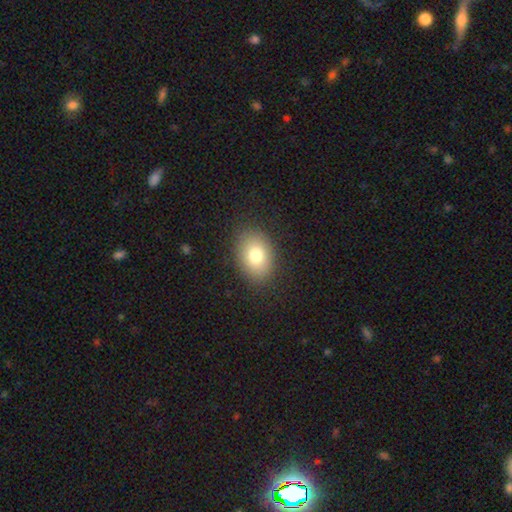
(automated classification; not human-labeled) Q: Smooth or featured?
A: smooth (79%); runner-up: featured or disk (11%)
Q: How rounded?
A: in between (74%); runner-up: round (25%)
Q: Merging?
A: none (87%); runner-up: minor disturbance (9%)